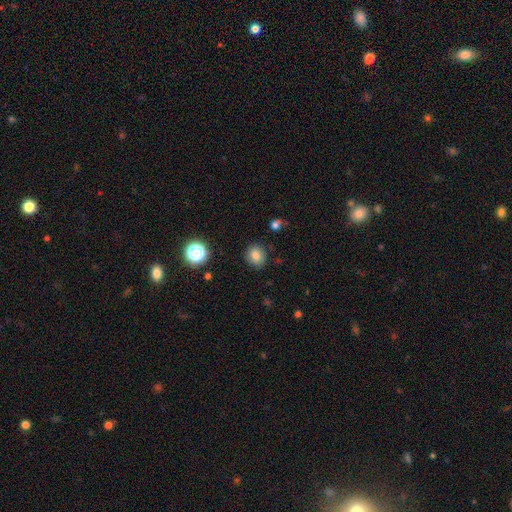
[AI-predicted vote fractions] Smooth or featured: smooth — 80% (star or artifact — 13%)
How rounded: round — 73% (in between — 26%)
Merging: none — 87% (minor disturbance — 9%)